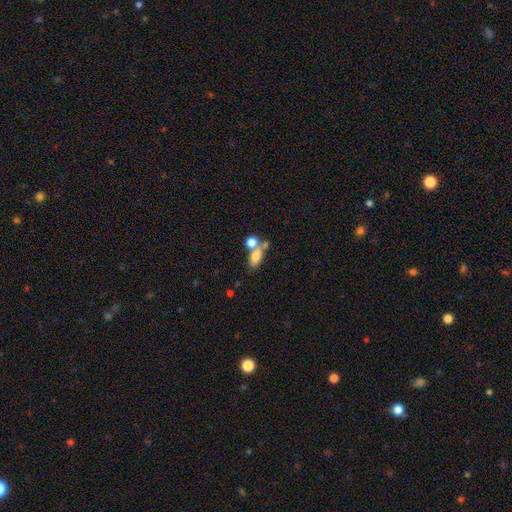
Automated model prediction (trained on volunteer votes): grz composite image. It shows a smooth galaxy with no disk features (77%) that is in between round and cigar-shaped (80%). Merging: merger (44%).